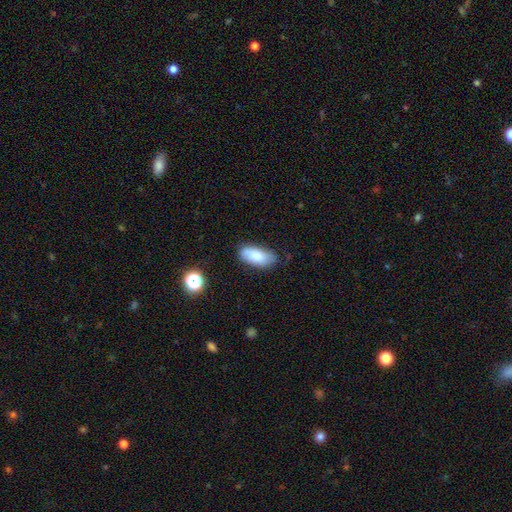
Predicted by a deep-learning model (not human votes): Overall: smooth (83%). How rounded: in between (88%). Merging: none (72%).